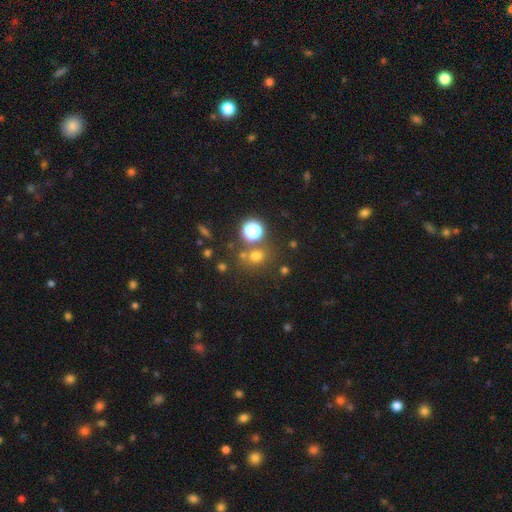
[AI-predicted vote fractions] Smooth or featured? Predicted: smooth (p=0.66). How rounded? Predicted: round (p=0.81). Merging? Predicted: none (p=0.72).